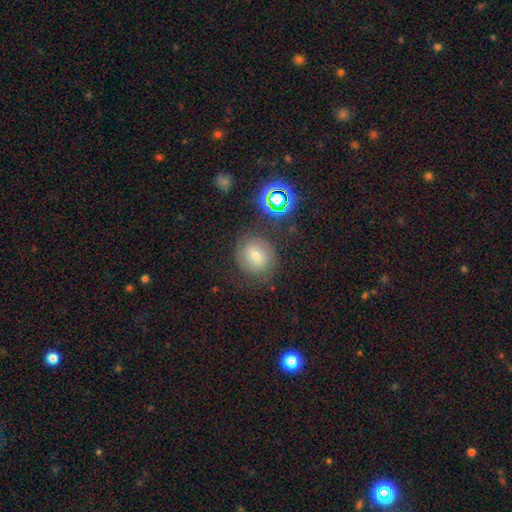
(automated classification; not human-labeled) smooth-or-featured: smooth: 49% | featured or disk: 29% | star or artifact: 21%
  merging: none: 76% | minor disturbance: 14% | major disturbance: 6% | merger: 3%